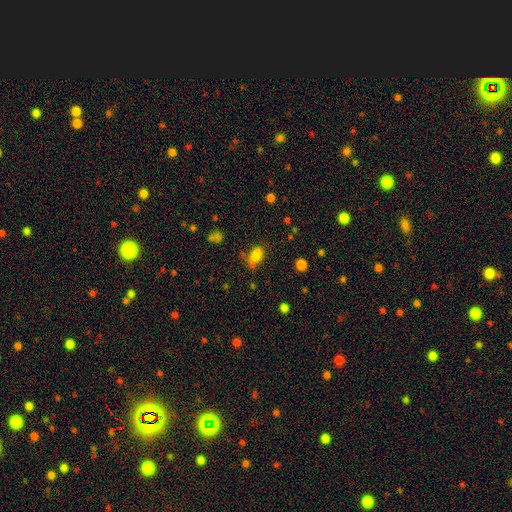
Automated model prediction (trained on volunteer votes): Smooth or featured?
  - smooth: 77% *
  - star or artifact: 14%
  - featured or disk: 9%
How rounded?
  - in between: 81% *
  - round: 17%
  - cigar-shaped: 3%
Merging?
  - none: 58% *
  - minor disturbance: 24%
  - major disturbance: 9%
  - merger: 9%